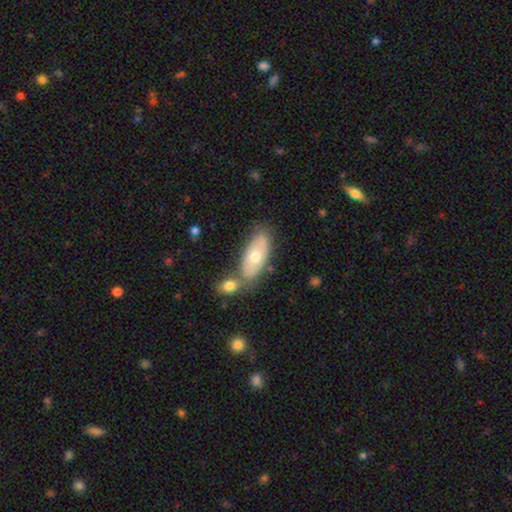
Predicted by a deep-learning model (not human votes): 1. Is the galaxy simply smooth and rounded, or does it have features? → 58% smooth, 36% featured or disk, 6% star or artifact.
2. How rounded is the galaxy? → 84% in between, 13% cigar-shaped, 3% round.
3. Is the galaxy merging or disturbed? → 59% none, 24% merger, 13% minor disturbance, 4% major disturbance.